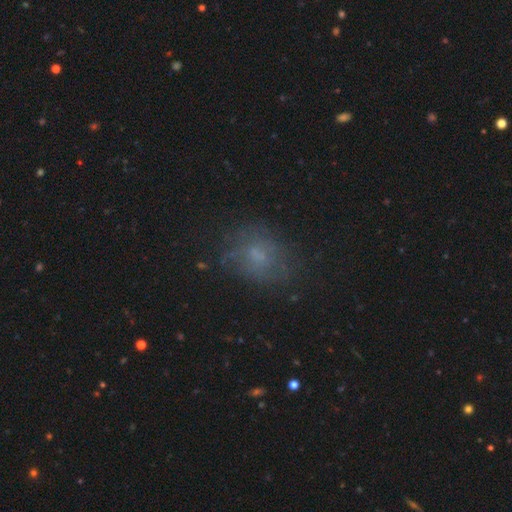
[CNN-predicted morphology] type=smooth (53%); roundness=in between (50%); merging=none (64%).